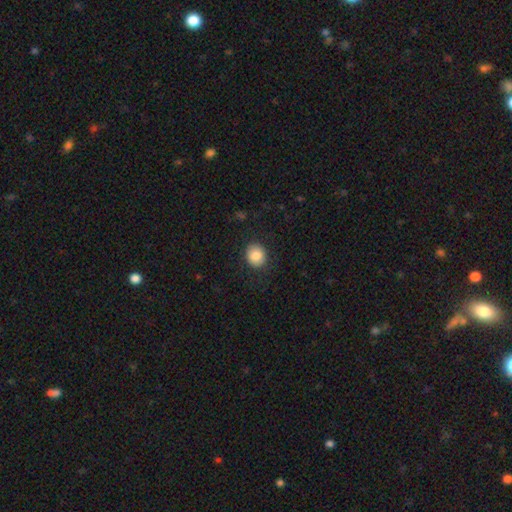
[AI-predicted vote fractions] Smooth or featured? Predicted: smooth (p=0.86). How rounded? Predicted: round (p=0.71). Merging? Predicted: none (p=0.86).